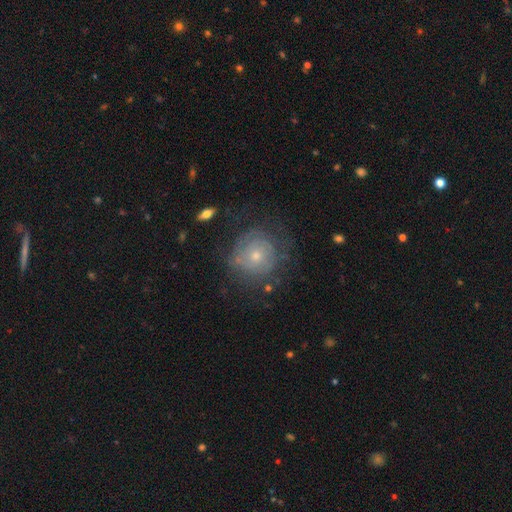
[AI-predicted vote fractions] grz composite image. It shows a featured or disk galaxy (60%) with no bar (84%), spiral arms (72%) and a small central bulge (55%). Merging: none (65%).